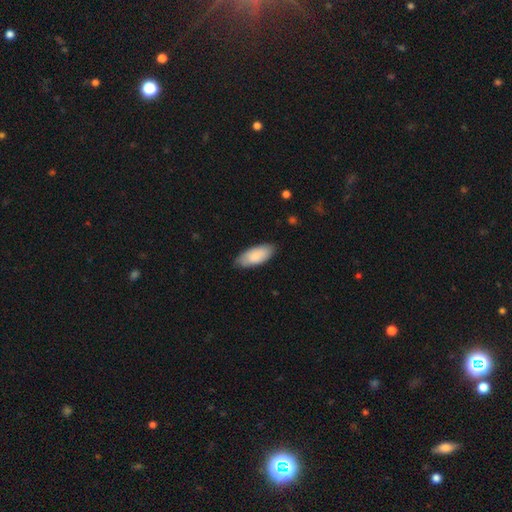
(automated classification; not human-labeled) smooth 86%, featured or disk 9%, star or artifact 5%. Down the decision tree: how rounded — in between (85%); merging — none (79%).